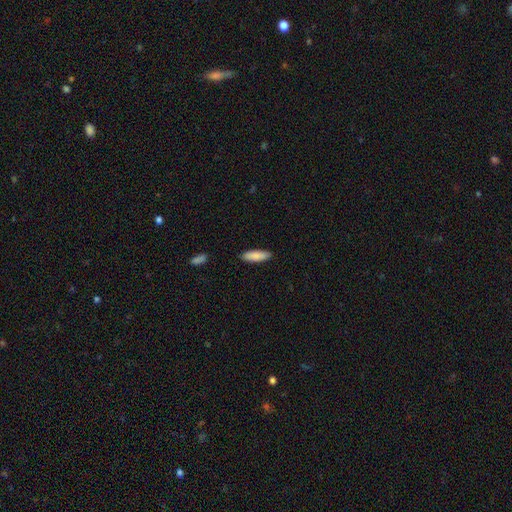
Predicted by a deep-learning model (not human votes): This is clearly a smooth galaxy (87%). How rounded: possibly cigar-shaped (51%). Merging: clearly none (89%).